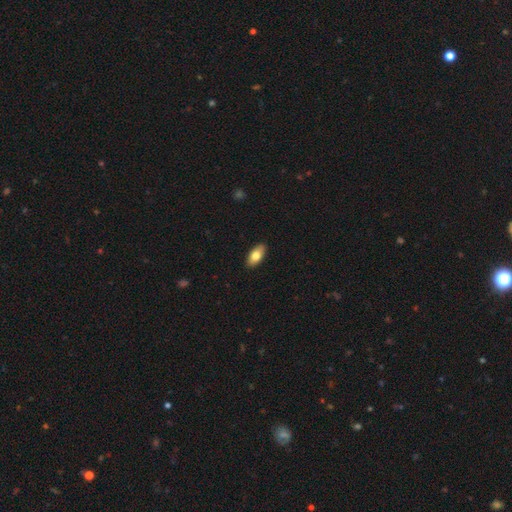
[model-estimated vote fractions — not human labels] The model was most divided on "smooth or featured": smooth: 77%, featured or disk: 17%, star or artifact: 6%. More confident: how rounded — in between (90%); merging — none (89%).